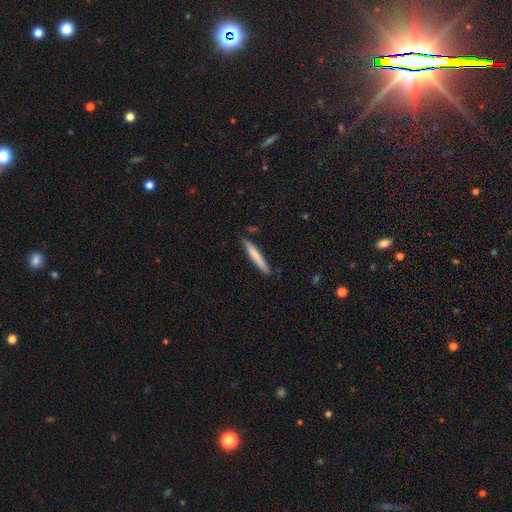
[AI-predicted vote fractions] Smooth or featured: smooth — 73% (featured or disk — 21%)
How rounded: cigar-shaped — 94% (in between — 4%)
Merging: none — 85% (minor disturbance — 11%)